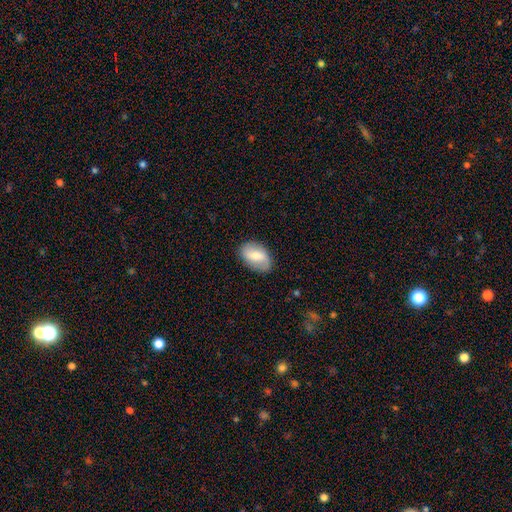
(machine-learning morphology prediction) A smooth galaxy with no disk features (57%) that is in between round and cigar-shaped (90%). Merging: none (83%).